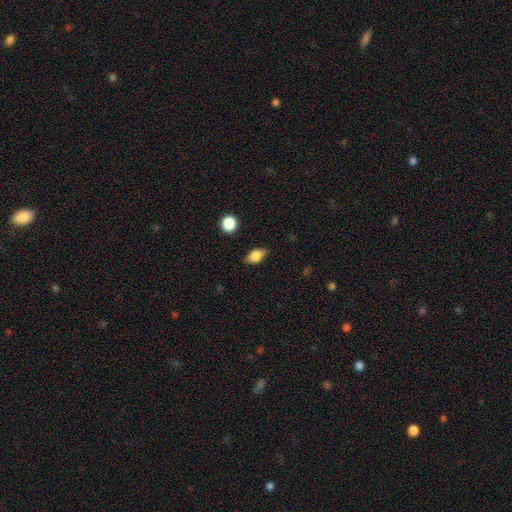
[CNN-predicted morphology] The model was most divided on "smooth or featured": smooth: 78%, featured or disk: 13%, star or artifact: 8%. More confident: how rounded — in between (84%); merging — none (83%).